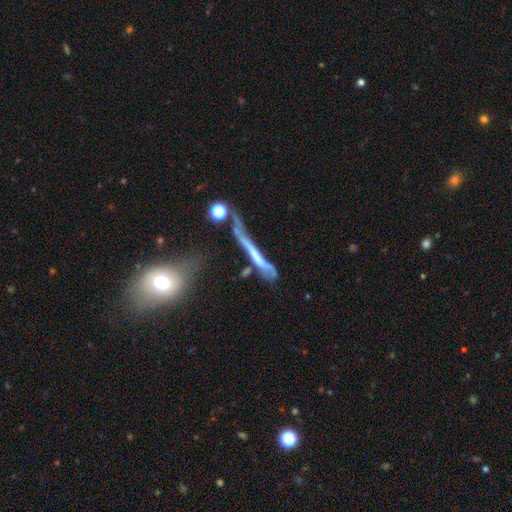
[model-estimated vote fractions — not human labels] Smooth or featured? featured or disk (52%)
Edge-on disk? yes (76%)
Merging? none (61%)